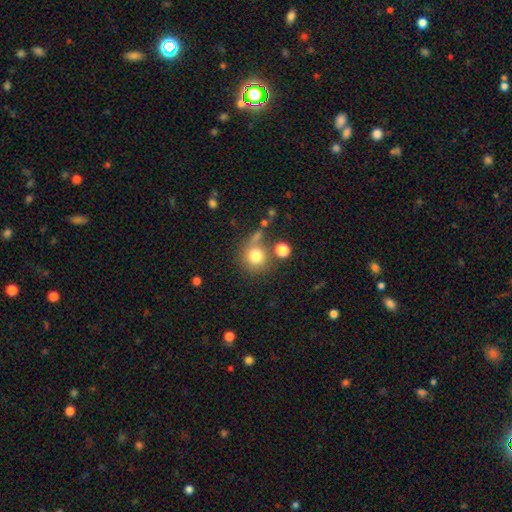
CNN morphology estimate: A smooth galaxy with no disk features (78%) that is round (89%).

Vote fractions:
- Smooth or featured? smooth: 78% / star or artifact: 12% / featured or disk: 10%
- How rounded? round: 89% / in between: 10% / cigar-shaped: 1%
- Merging? none: 61% / merger: 18% / minor disturbance: 14% / major disturbance: 8%